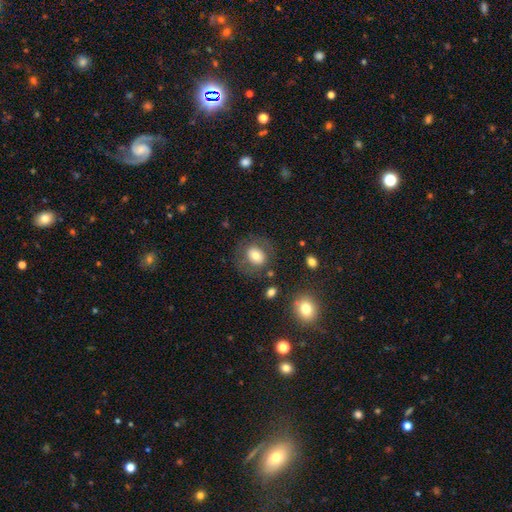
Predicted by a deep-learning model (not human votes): smooth-or-featured: smooth: 68% | featured or disk: 23% | star or artifact: 9%
  how-rounded: round: 57% | in between: 42% | cigar-shaped: 1%
  merging: none: 71% | minor disturbance: 14% | major disturbance: 11% | merger: 3%